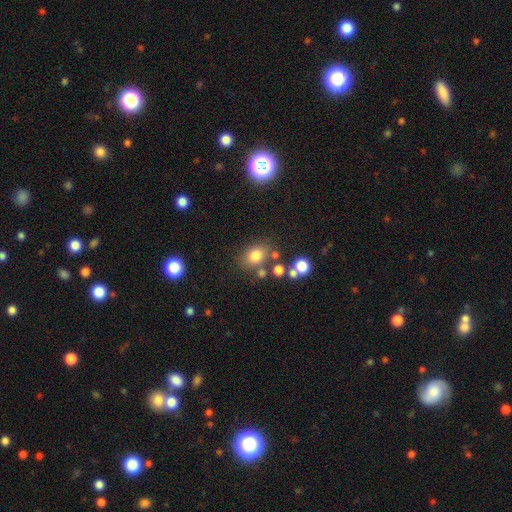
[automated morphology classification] A smooth galaxy with no disk features (75%) that is in between round and cigar-shaped (52%).

Vote fractions:
- Smooth or featured? smooth: 75% / star or artifact: 15% / featured or disk: 10%
- How rounded? in between: 52% / round: 47% / cigar-shaped: 1%
- Merging? none: 68% / minor disturbance: 14% / merger: 13% / major disturbance: 6%